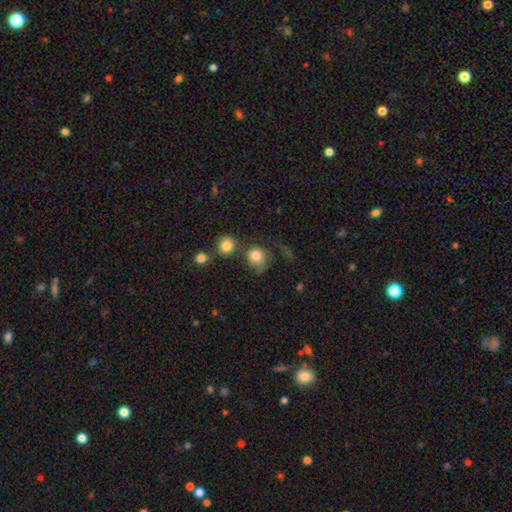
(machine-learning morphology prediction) Overall: smooth (80%). How rounded: round (78%). Merging: none (41%; minor disturbance 21%).